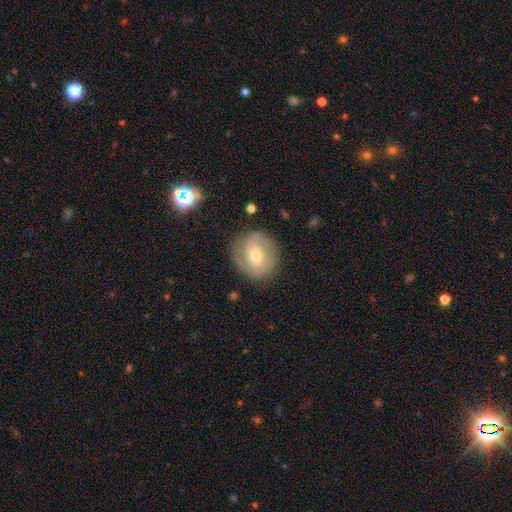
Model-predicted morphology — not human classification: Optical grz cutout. It shows a featured or disk galaxy (80%) with no bar (44%), 2 (67%) tight (61%) spiral arms (92%) and a moderate central bulge (56%). Merging: none (80%).